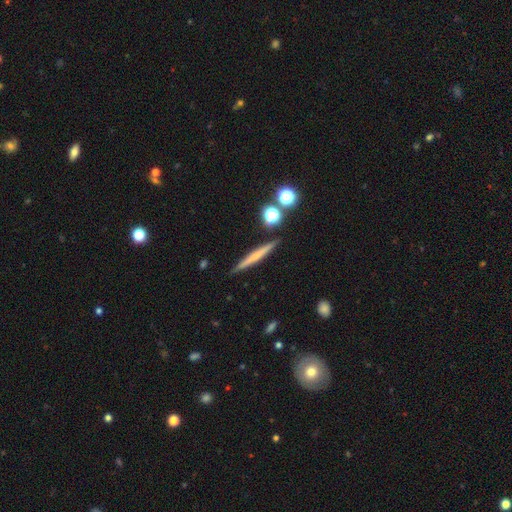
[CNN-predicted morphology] The model was most divided on "smooth or featured": smooth: 47%, featured or disk: 45%, star or artifact: 8%. More confident: merging — none (89%).